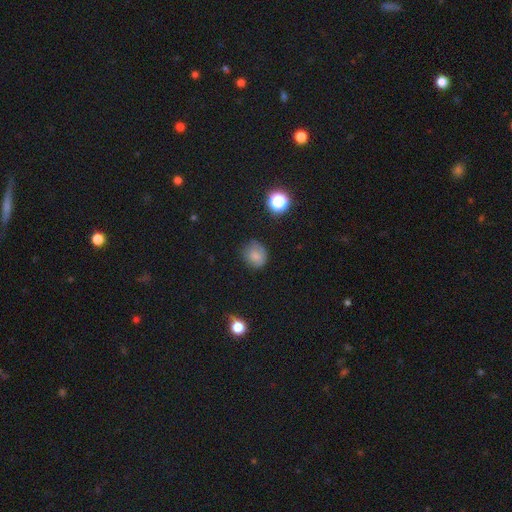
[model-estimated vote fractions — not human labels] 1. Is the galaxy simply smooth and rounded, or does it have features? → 77% smooth, 14% star or artifact, 9% featured or disk.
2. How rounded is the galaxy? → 73% round, 26% in between, 1% cigar-shaped.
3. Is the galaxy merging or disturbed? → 68% none, 23% minor disturbance, 7% major disturbance, 2% merger.